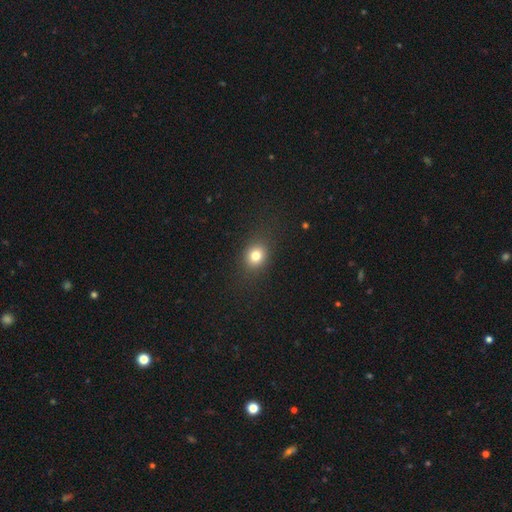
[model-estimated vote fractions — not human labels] Q: Smooth or featured?
A: smooth (78%); runner-up: star or artifact (13%)
Q: How rounded?
A: round (63%); runner-up: in between (36%)
Q: Merging?
A: none (84%); runner-up: minor disturbance (10%)